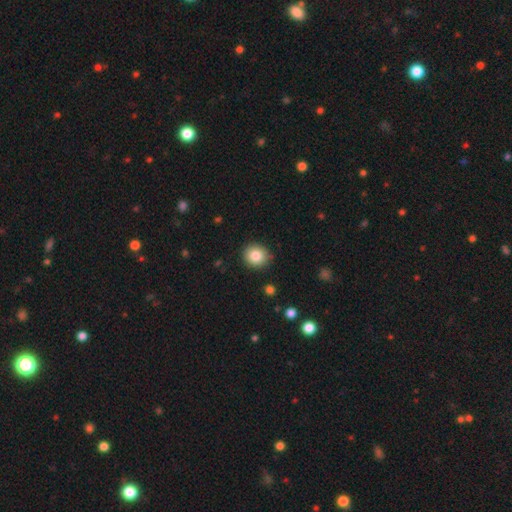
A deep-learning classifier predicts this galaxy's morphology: Smooth or featured? smooth (84%)
How rounded? round (85%)
Merging? none (87%)